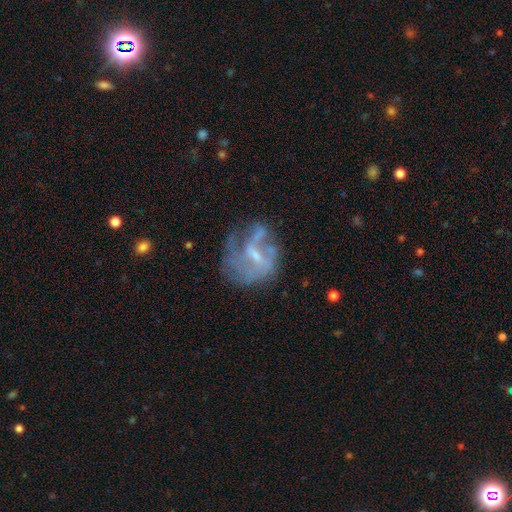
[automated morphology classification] smooth_or_featured: featured or disk (p=0.69) [alt: smooth p=0.21]
disk_edge_on: no (p=0.97) [alt: yes p=0.03]
bar: weak (p=0.49) [alt: no p=0.36]
has_spiral_arms: yes (p=0.58) [alt: no p=0.42]
bulge_size: small (p=0.50) [alt: moderate p=0.28]
merging: none (p=0.43) [alt: major disturbance p=0.30]